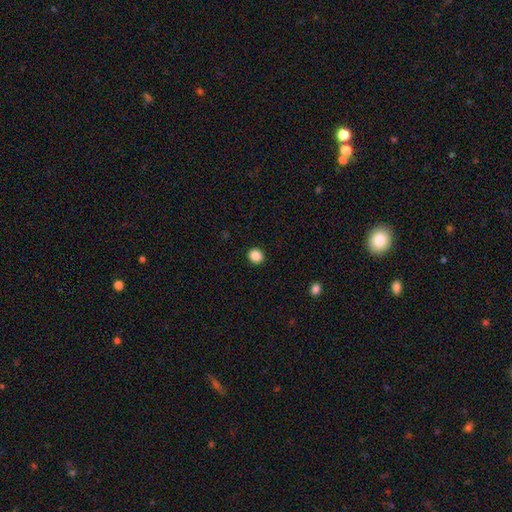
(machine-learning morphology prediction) smooth_or_featured: smooth (p=0.87) [alt: star or artifact p=0.10]
how_rounded: round (p=0.87) [alt: in between p=0.13]
merging: none (p=0.93) [alt: minor disturbance p=0.05]